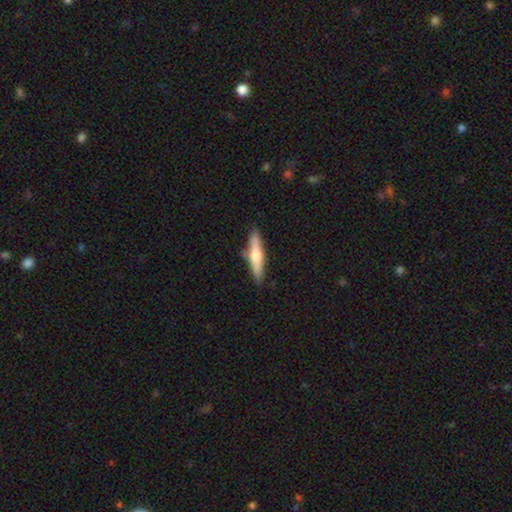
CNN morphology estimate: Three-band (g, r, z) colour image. It shows a smooth galaxy with no disk features (54%) that is cigar-shaped (84%). Merging: none (82%).